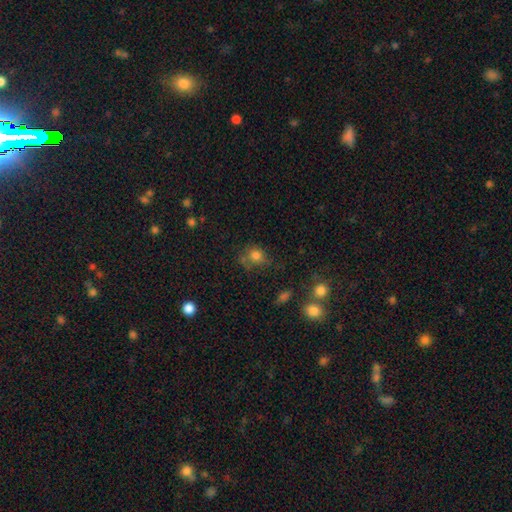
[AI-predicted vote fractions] smooth_or_featured: smooth (p=0.76) [alt: star or artifact p=0.14]
how_rounded: round (p=0.69) [alt: in between p=0.30]
merging: none (p=0.53) [alt: minor disturbance p=0.25]